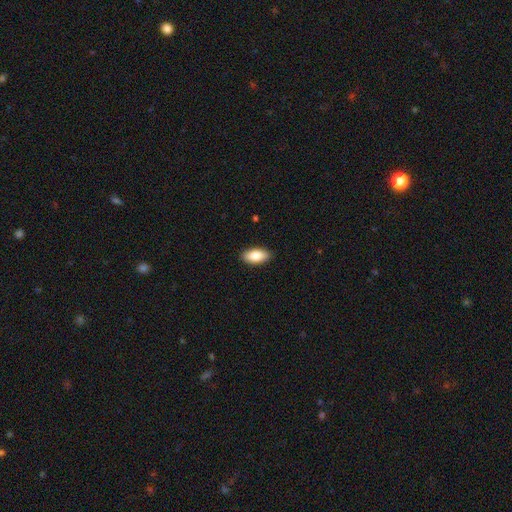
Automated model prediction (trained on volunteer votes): A smooth galaxy with no disk features (83%) that is in between round and cigar-shaped (91%). Merging: none (90%).